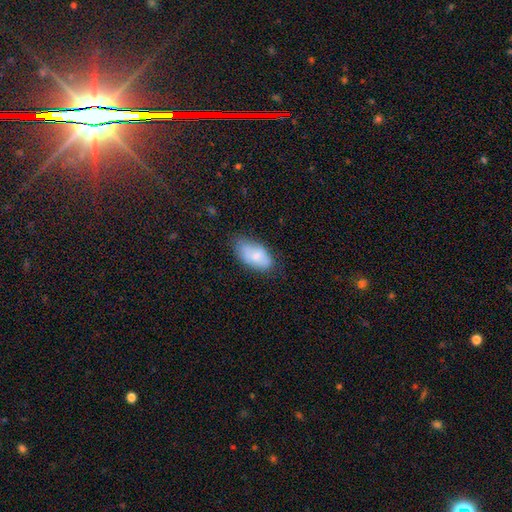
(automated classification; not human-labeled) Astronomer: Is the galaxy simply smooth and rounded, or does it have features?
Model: smooth — 75%.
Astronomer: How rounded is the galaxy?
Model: in between — 94%.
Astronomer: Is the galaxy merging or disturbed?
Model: none — 62%.